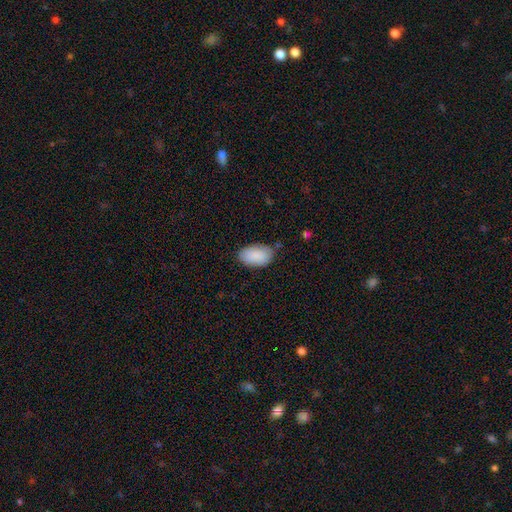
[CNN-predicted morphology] Q: Smooth or featured?
A: smooth (89%); runner-up: star or artifact (6%)
Q: How rounded?
A: in between (95%); runner-up: round (4%)
Q: Merging?
A: none (75%); runner-up: minor disturbance (20%)